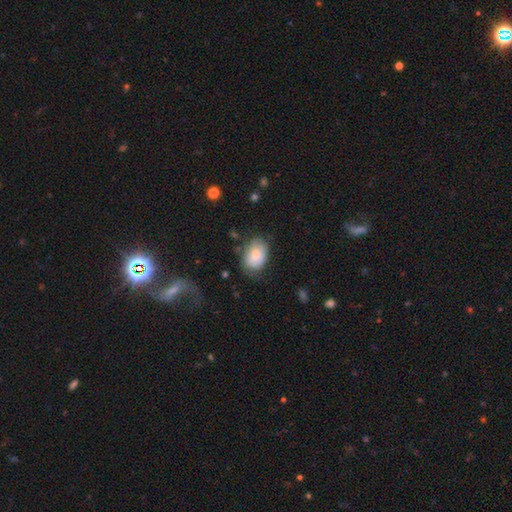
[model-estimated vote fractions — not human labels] Q: Smooth or featured?
A: smooth (78%); runner-up: featured or disk (15%)
Q: How rounded?
A: in between (82%); runner-up: round (17%)
Q: Merging?
A: none (64%); runner-up: minor disturbance (26%)